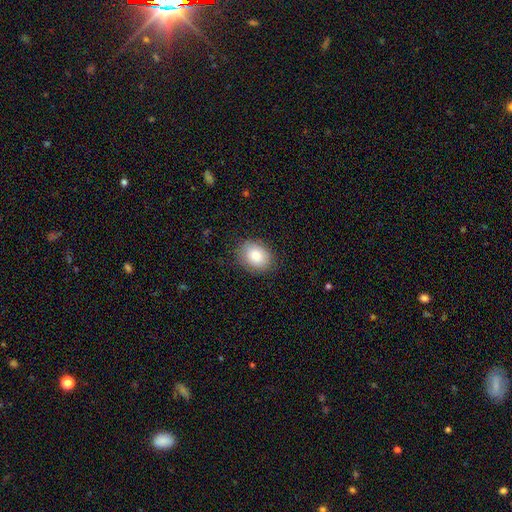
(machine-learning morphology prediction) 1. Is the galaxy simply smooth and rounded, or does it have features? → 81% smooth, 11% featured or disk, 8% star or artifact.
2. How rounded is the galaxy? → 56% in between, 43% round, 1% cigar-shaped.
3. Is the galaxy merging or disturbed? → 83% none, 13% minor disturbance, 3% major disturbance, 1% merger.